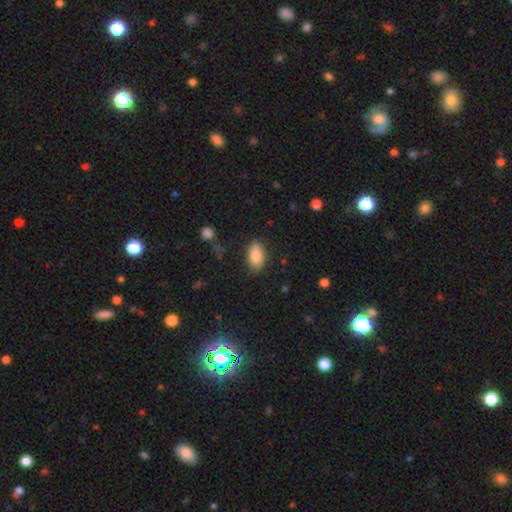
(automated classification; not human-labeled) A smooth galaxy with no disk features (86%) that is in between round and cigar-shaped (93%).

Vote fractions:
- Smooth or featured? smooth: 86% / star or artifact: 7% / featured or disk: 7%
- How rounded? in between: 93% / round: 5% / cigar-shaped: 3%
- Merging? none: 83% / minor disturbance: 13% / major disturbance: 3% / merger: 2%